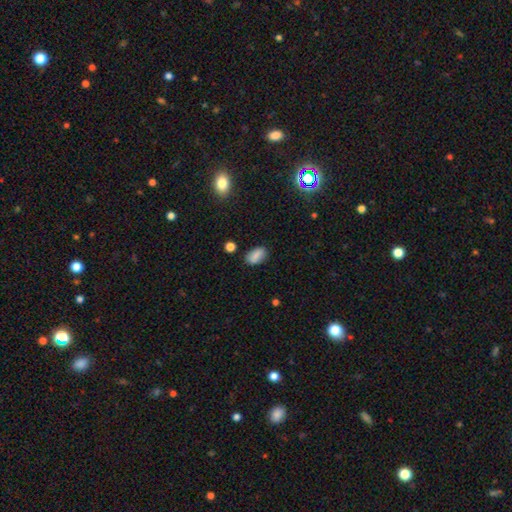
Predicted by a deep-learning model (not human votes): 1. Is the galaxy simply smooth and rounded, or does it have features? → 84% smooth, 9% star or artifact, 7% featured or disk.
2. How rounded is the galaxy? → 91% in between, 6% round, 3% cigar-shaped.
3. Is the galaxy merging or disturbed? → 81% none, 14% minor disturbance, 3% major disturbance, 3% merger.